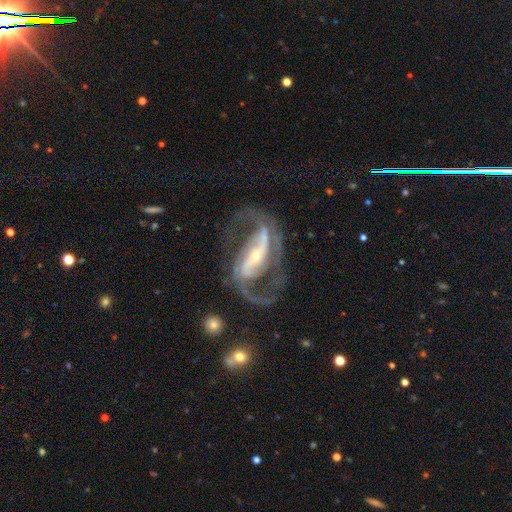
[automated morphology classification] A featured or disk galaxy (92%) with a strong bar (60%), 2 (90%) medium (51%) spiral arms (97%) and a small central bulge (72%). Merging: none (66%).